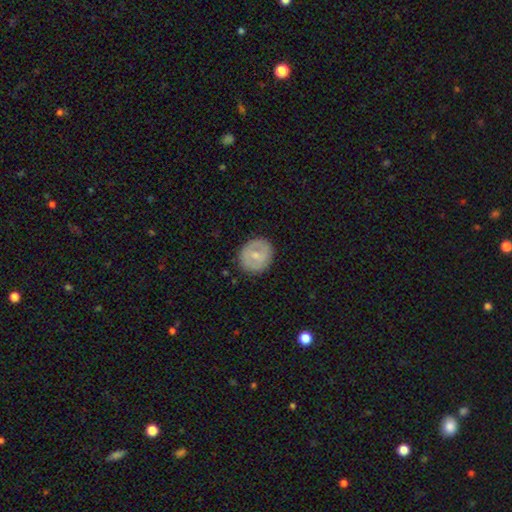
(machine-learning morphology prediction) This appears to be a smooth galaxy with no disk features (55%) that is round (84%). Merging: none (86%).